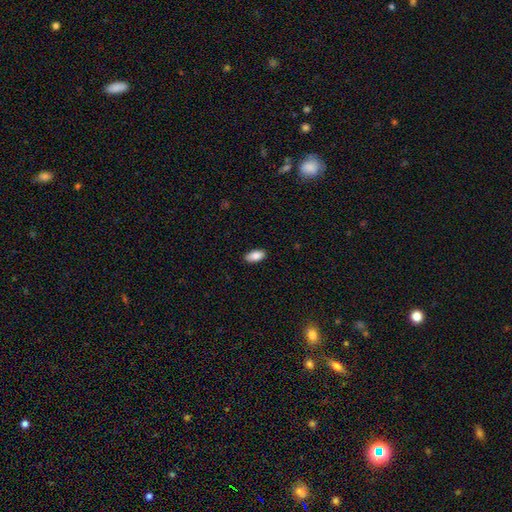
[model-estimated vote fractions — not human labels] The model was most divided on "merging": none: 88%, minor disturbance: 9%, major disturbance: 2%, merger: 1%. More confident: how rounded — in between (92%); smooth or featured — smooth (87%).